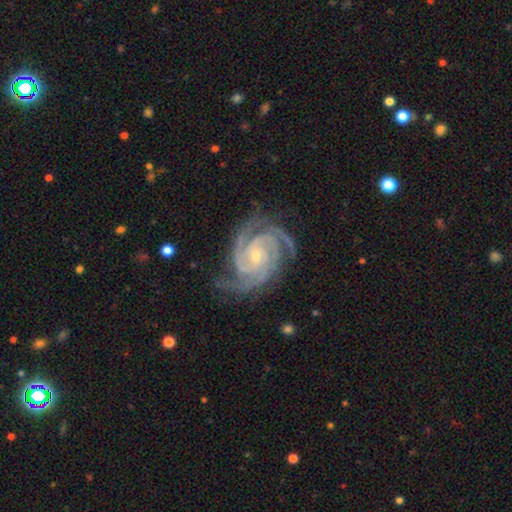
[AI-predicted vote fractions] featured or disk 94%, star or artifact 4%, smooth 2%. Down the decision tree: edge-on disk — no (98%); bar — no (56%); spiral arms — yes (99%); spiral arm count — 3 (47%); spiral winding — tight (70%); bulge size — small (72%); merging — none (75%).